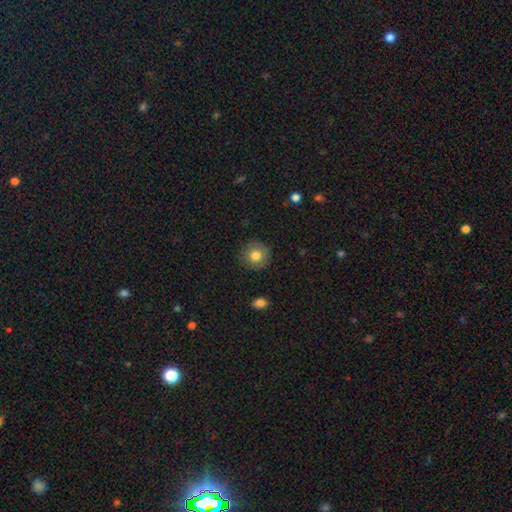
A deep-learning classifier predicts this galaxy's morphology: smooth_or_featured: smooth (p=0.79) [alt: featured or disk p=0.12]
how_rounded: round (p=0.93) [alt: in between p=0.06]
merging: none (p=0.89) [alt: minor disturbance p=0.08]